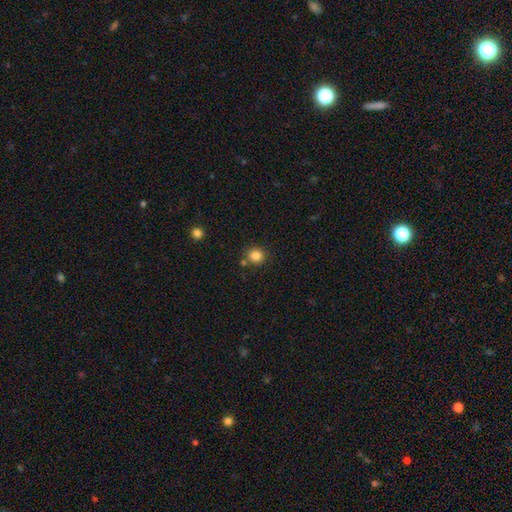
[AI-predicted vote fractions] smooth_or_featured: smooth (p=0.84) [alt: star or artifact p=0.11]
how_rounded: round (p=0.87) [alt: in between p=0.12]
merging: none (p=0.78) [alt: merger p=0.10]